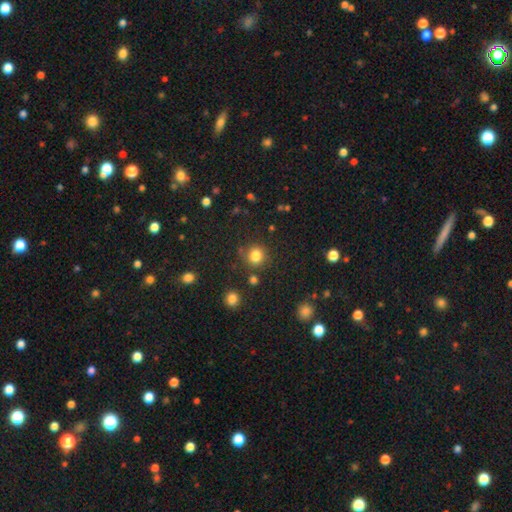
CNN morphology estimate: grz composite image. It shows a smooth galaxy with no disk features (81%) that is round (87%). Merging: none (80%).